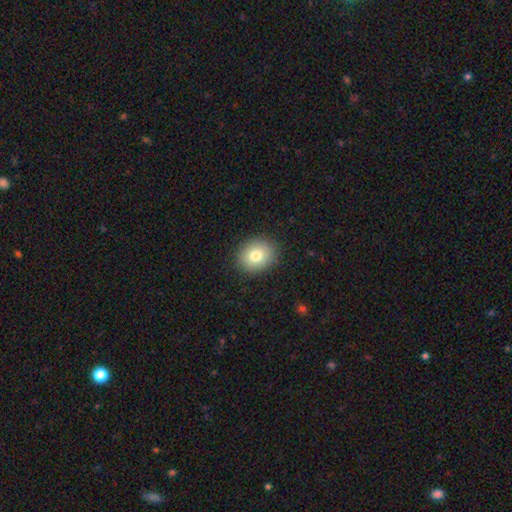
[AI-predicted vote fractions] Smooth or featured? Predicted: smooth (p=0.80). How rounded? Predicted: round (p=0.59). Merging? Predicted: none (p=0.88).